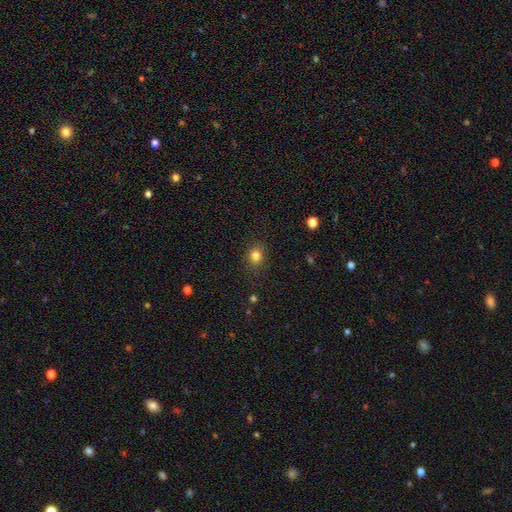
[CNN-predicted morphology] Overall: smooth (81%). How rounded: round (78%). Merging: none (87%).